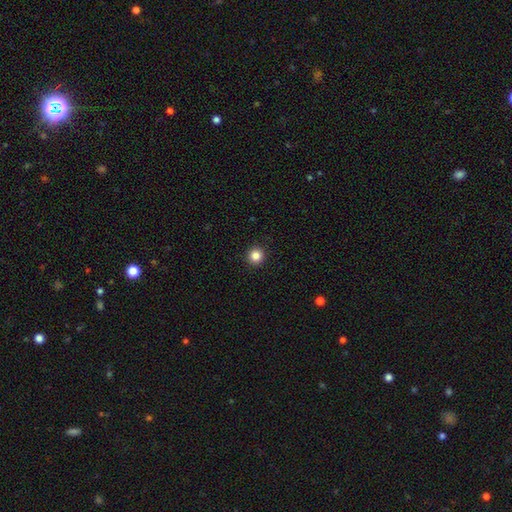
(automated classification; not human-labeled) A smooth galaxy with no disk features (85%) that is round (95%).

Vote fractions:
- Smooth or featured? smooth: 85% / star or artifact: 11% / featured or disk: 4%
- How rounded? round: 95% / in between: 4% / cigar-shaped: 1%
- Merging? none: 93% / minor disturbance: 4% / major disturbance: 1% / merger: 1%